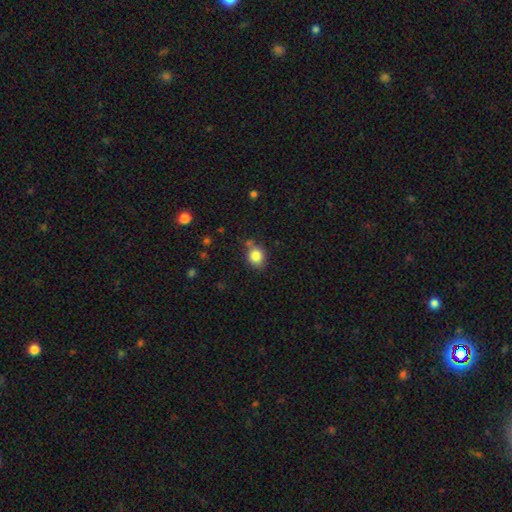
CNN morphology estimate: smooth-or-featured: smooth: 83% | star or artifact: 10% | featured or disk: 7%
  how-rounded: round: 61% | in between: 38% | cigar-shaped: 1%
  merging: none: 70% | minor disturbance: 18% | merger: 8% | major disturbance: 4%